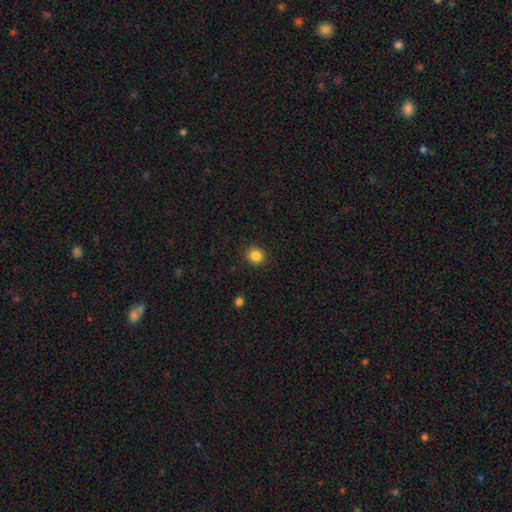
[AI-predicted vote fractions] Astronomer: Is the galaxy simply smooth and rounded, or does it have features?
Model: smooth — 85%.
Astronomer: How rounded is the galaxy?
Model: round — 85%.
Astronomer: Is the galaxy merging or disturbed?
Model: none — 90%.